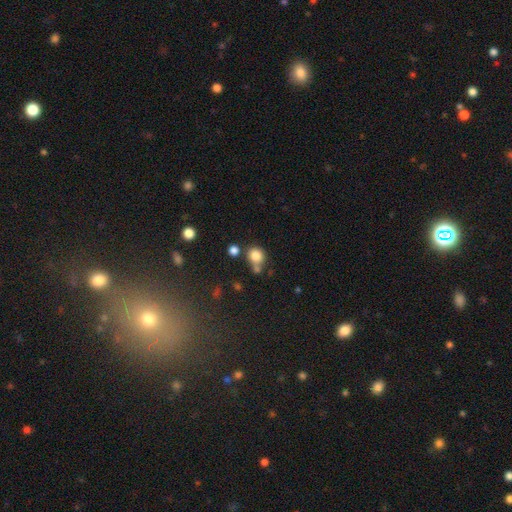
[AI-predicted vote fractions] Morphology: type=smooth (81%); roundness=round (83%); merging=none (57%).